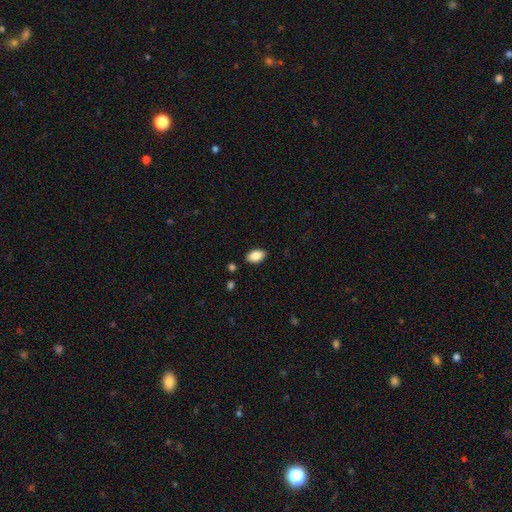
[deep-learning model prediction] Overall: smooth (86%). How rounded: in between (92%). Merging: none (88%).